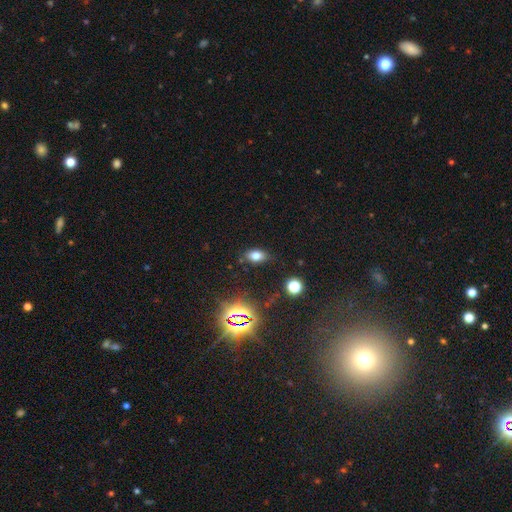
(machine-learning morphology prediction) smooth 71%, star or artifact 19%, featured or disk 10%. Down the decision tree: how rounded — in between (85%); merging — none (83%).